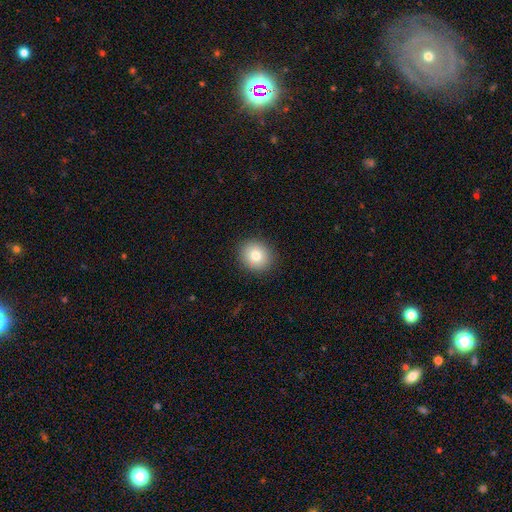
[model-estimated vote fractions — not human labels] A smooth galaxy with no disk features (81%) that is round (82%).

Vote fractions:
- Smooth or featured? smooth: 81% / star or artifact: 10% / featured or disk: 9%
- How rounded? round: 82% / in between: 17% / cigar-shaped: 1%
- Merging? none: 91% / minor disturbance: 6% / major disturbance: 2% / merger: 1%